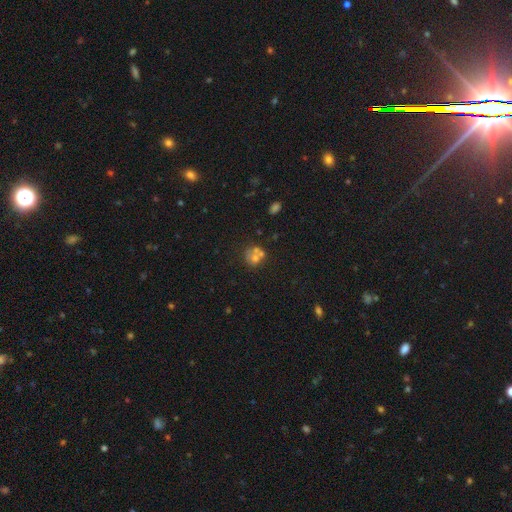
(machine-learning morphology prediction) Overall: smooth (54%; featured or disk 31%). How rounded: round (74%). Merging: merger (41%; none 39%).